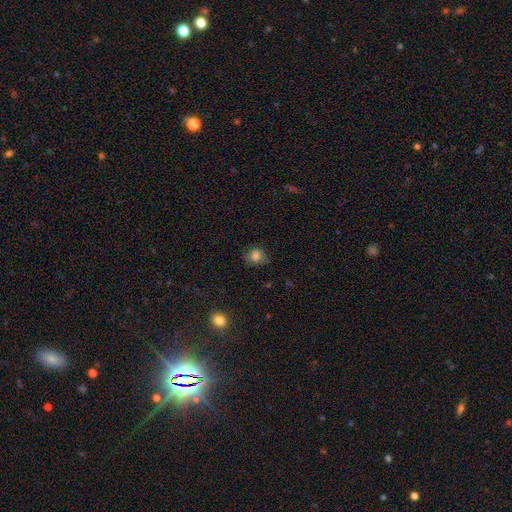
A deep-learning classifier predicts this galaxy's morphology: Smooth or featured? Predicted: smooth (p=0.82). How rounded? Predicted: round (p=0.77). Merging? Predicted: none (p=0.75).